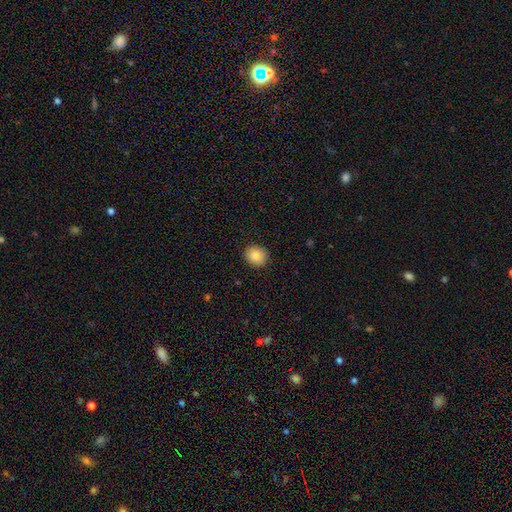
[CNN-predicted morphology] Q: Smooth or featured?
A: smooth (86%); runner-up: star or artifact (9%)
Q: How rounded?
A: round (81%); runner-up: in between (18%)
Q: Merging?
A: none (90%); runner-up: minor disturbance (7%)